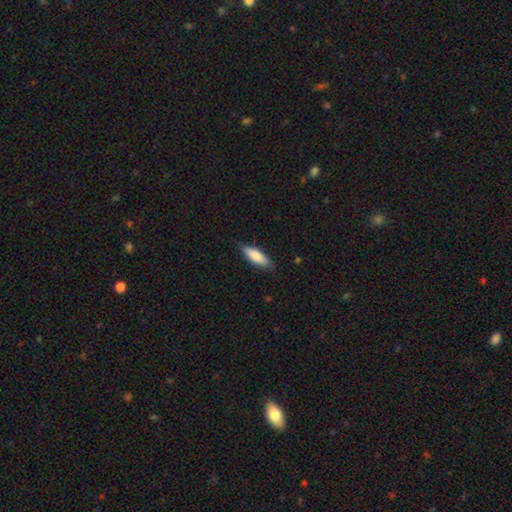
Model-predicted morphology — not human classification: The model was most divided on "how rounded": in between: 52%, cigar-shaped: 47%, round: 2%. More confident: smooth or featured — smooth (83%); merging — none (83%).